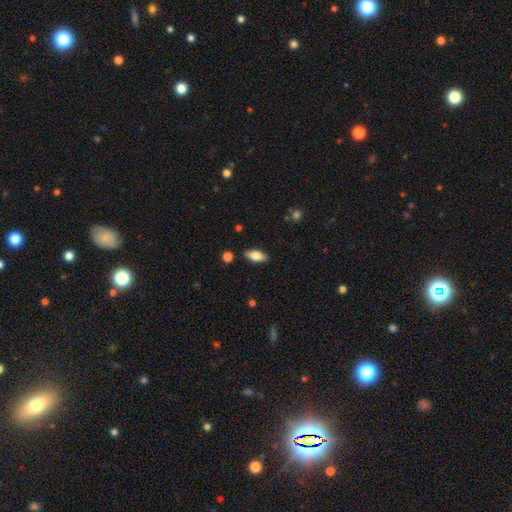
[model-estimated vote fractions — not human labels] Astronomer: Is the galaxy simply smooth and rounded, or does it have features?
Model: smooth — 77%.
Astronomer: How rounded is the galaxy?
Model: in between — 86%.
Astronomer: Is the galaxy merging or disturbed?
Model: none — 87%.